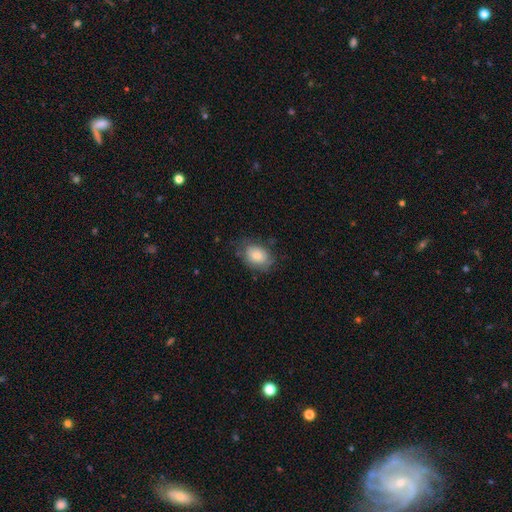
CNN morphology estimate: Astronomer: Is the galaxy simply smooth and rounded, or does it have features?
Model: smooth — 73%.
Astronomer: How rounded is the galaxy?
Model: in between — 72%.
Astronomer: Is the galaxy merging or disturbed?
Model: none — 69%.